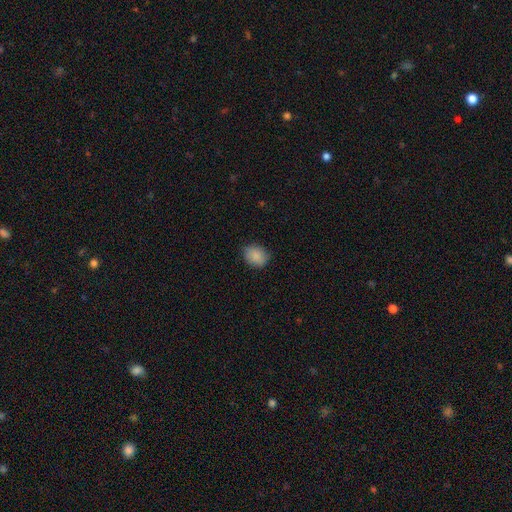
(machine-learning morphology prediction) Smooth or featured?
  - smooth: 87% *
  - star or artifact: 8%
  - featured or disk: 5%
How rounded?
  - round: 53% *
  - in between: 46%
  - cigar-shaped: 1%
Merging?
  - none: 82% *
  - minor disturbance: 14%
  - major disturbance: 3%
  - merger: 1%